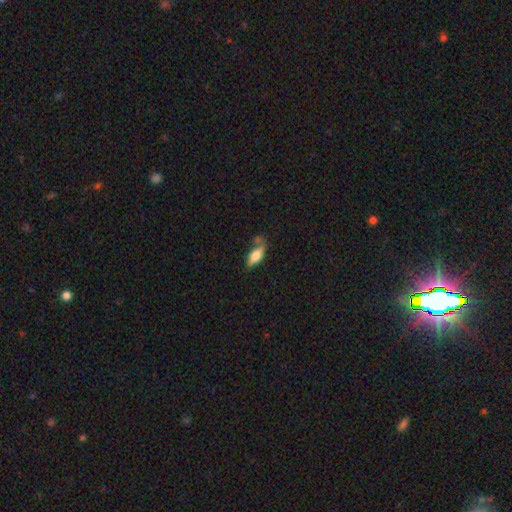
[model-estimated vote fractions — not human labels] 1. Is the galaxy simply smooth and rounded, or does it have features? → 66% smooth, 26% featured or disk, 7% star or artifact.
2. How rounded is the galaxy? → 75% in between, 22% cigar-shaped, 3% round.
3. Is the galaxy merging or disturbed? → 50% none, 24% minor disturbance, 17% merger, 9% major disturbance.